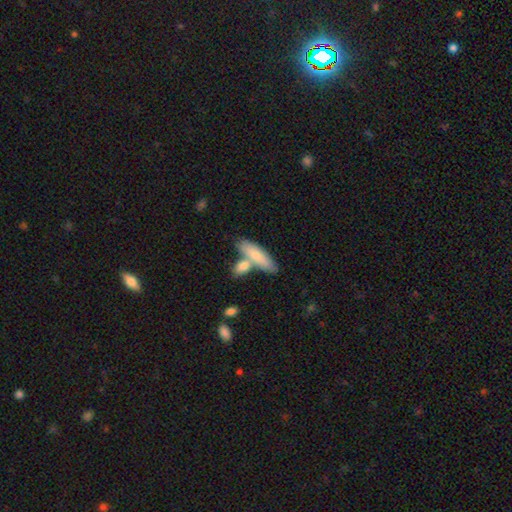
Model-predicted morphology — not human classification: This is likely a smooth galaxy (78%). How rounded: possibly cigar-shaped (59%). Merging: possibly none (54%).